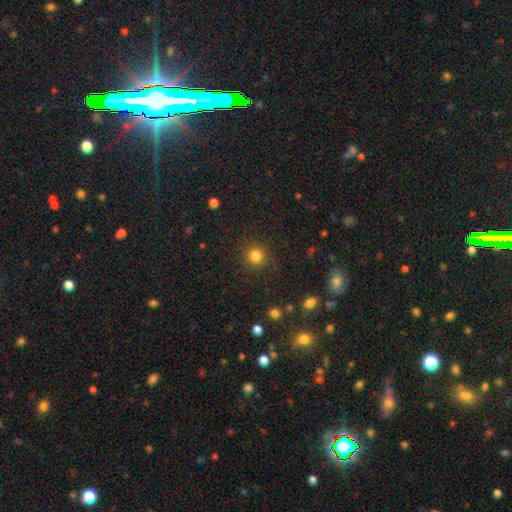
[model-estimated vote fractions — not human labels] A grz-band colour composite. It shows a smooth galaxy with no disk features (82%) that is round (93%). Merging: none (89%).